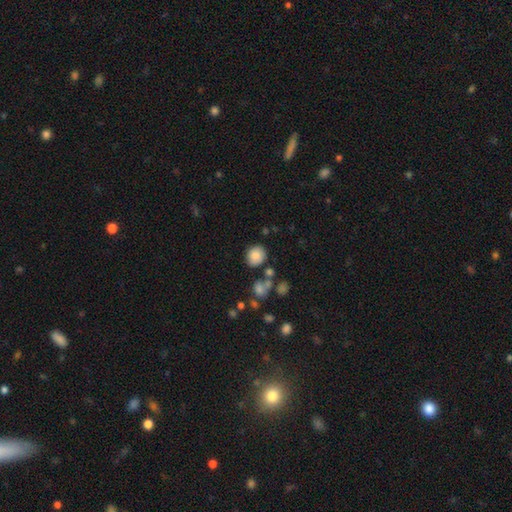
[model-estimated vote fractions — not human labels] A smooth galaxy with no disk features (82%) that is round (73%). Merging: none (74%).